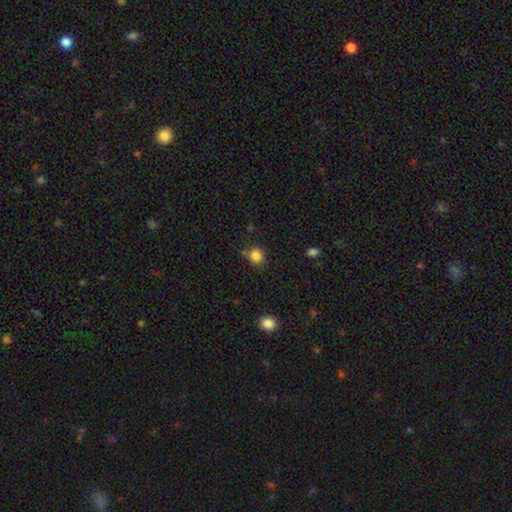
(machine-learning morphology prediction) Overall: smooth (84%). How rounded: round (87%). Merging: none (76%).